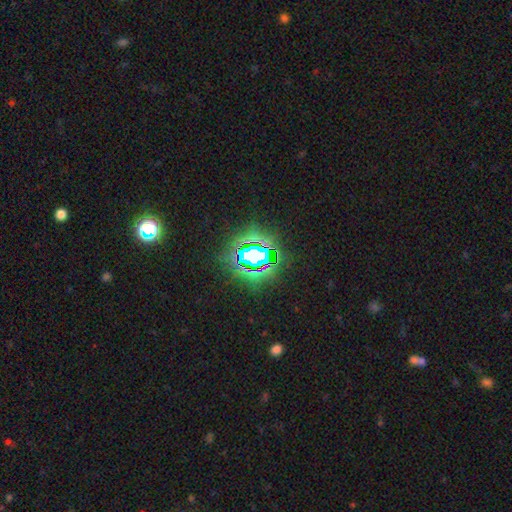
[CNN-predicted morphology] Smooth or featured? star or artifact (74%)